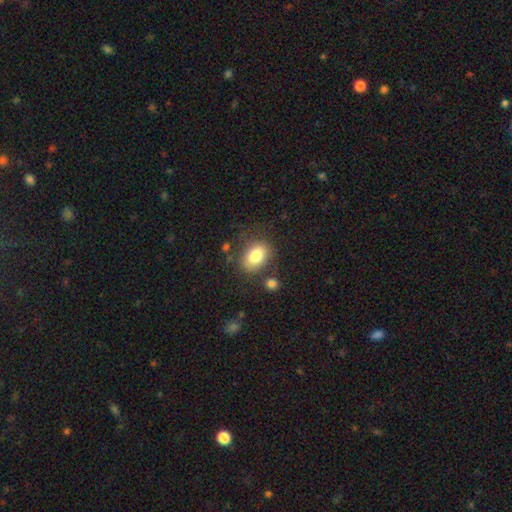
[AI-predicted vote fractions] This appears to be a smooth galaxy with no disk features (81%) that is in between round and cigar-shaped (74%). Merging: none (73%).